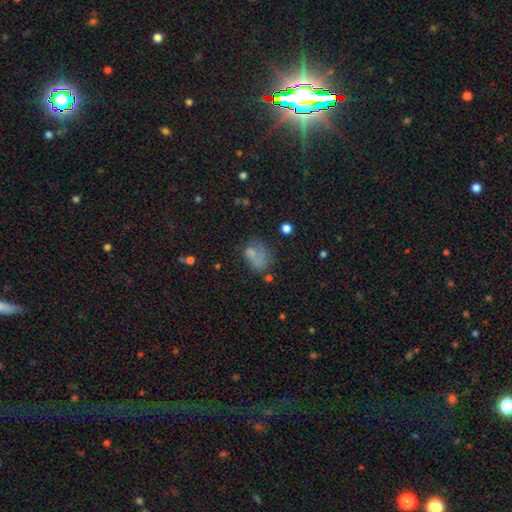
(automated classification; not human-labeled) smooth_or_featured: smooth (p=0.60) [alt: featured or disk p=0.24]
how_rounded: in between (p=0.68) [alt: round p=0.30]
merging: none (p=0.36) [alt: major disturbance p=0.28]